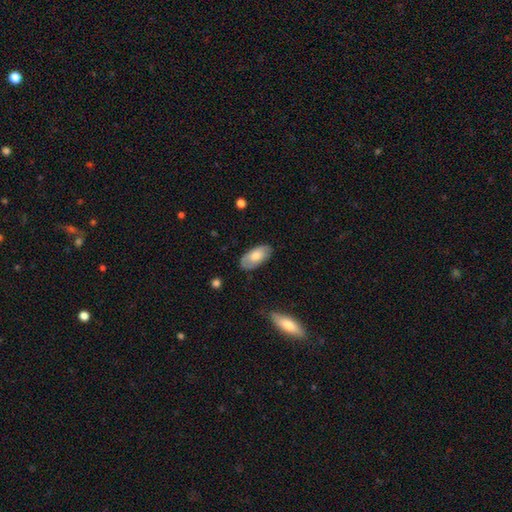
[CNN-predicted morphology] Overall: smooth (71%). How rounded: in between (94%). Merging: none (80%).